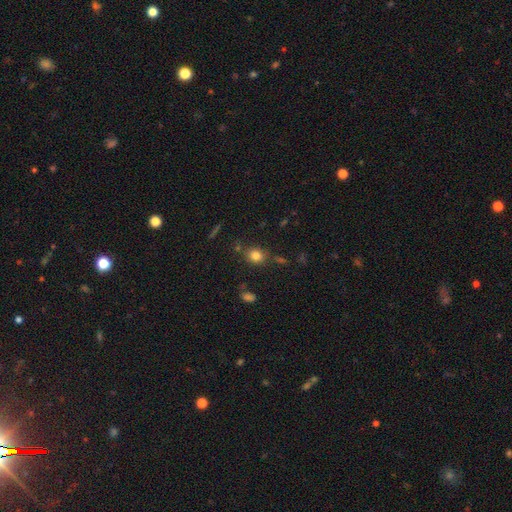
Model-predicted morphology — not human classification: Smooth or featured? smooth (81%)
How rounded? round (68%)
Merging? none (77%)